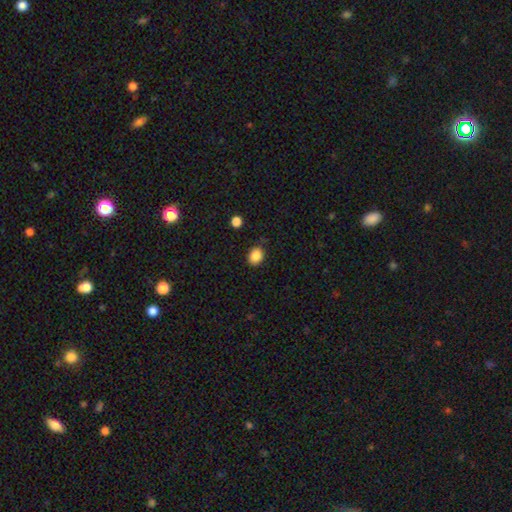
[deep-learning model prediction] smooth 87%, star or artifact 9%, featured or disk 4%. Down the decision tree: how rounded — round (50%); merging — none (83%).